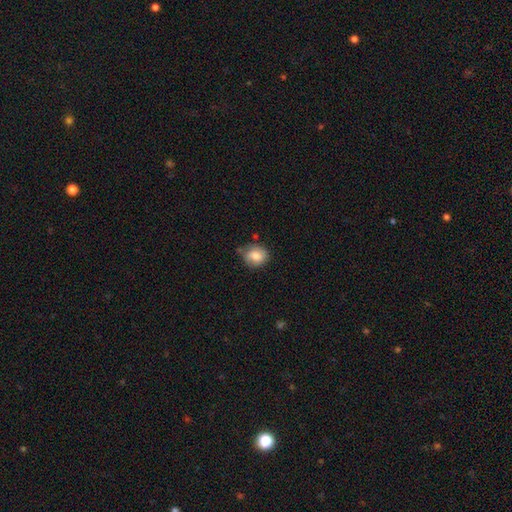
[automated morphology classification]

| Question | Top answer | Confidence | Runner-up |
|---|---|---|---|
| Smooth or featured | smooth | 80% | featured or disk (12%) |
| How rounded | round | 72% | in between (27%) |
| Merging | none | 65% | minor disturbance (26%) |